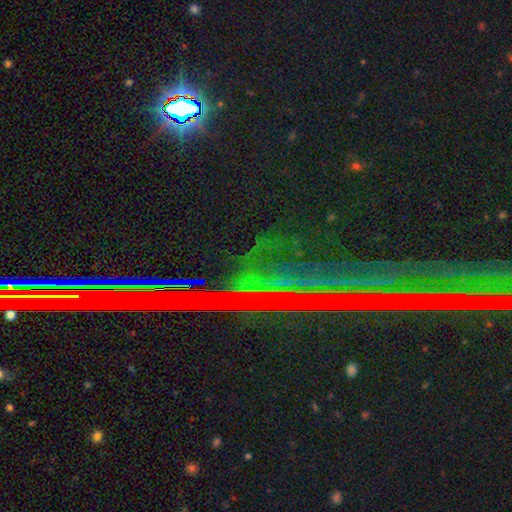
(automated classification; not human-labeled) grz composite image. It shows a star or artifact, not a galaxy (86%).